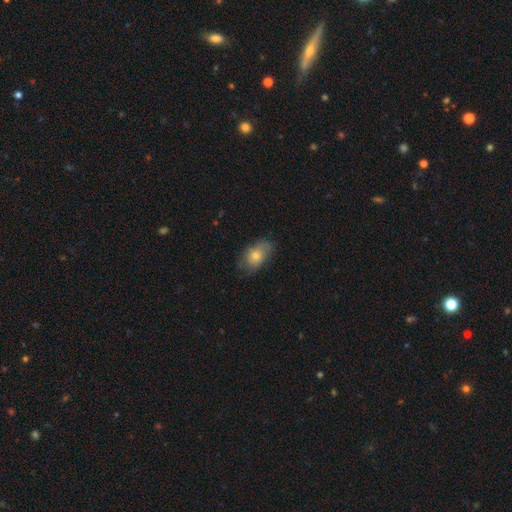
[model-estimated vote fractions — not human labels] smooth 71%, featured or disk 21%, star or artifact 8%. Down the decision tree: how rounded — in between (86%); merging — none (63%).